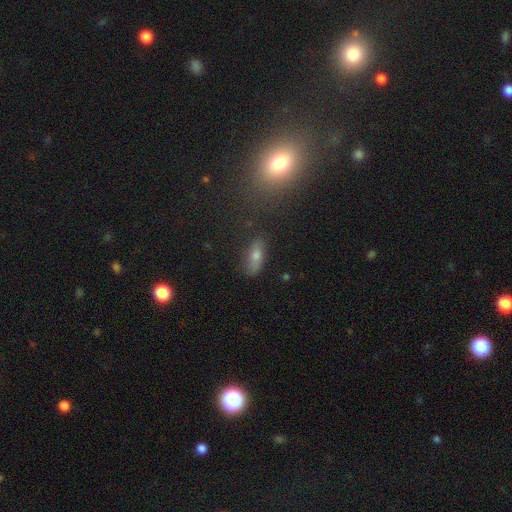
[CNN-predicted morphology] A smooth galaxy with no disk features (64%) that is in between round and cigar-shaped (71%).

Vote fractions:
- Smooth or featured? smooth: 64% / featured or disk: 22% / star or artifact: 14%
- How rounded? in between: 71% / cigar-shaped: 22% / round: 7%
- Merging? none: 78% / minor disturbance: 15% / major disturbance: 4% / merger: 3%